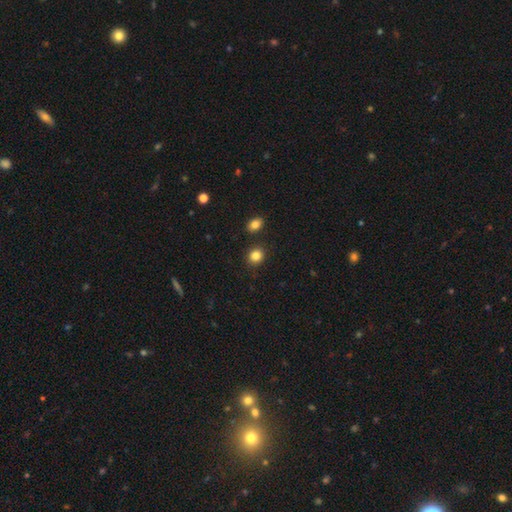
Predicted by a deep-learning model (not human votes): A smooth galaxy with no disk features (85%) that is round (71%).

Vote fractions:
- Smooth or featured? smooth: 85% / star or artifact: 10% / featured or disk: 5%
- How rounded? round: 71% / in between: 28% / cigar-shaped: 1%
- Merging? none: 86% / minor disturbance: 7% / merger: 4% / major disturbance: 2%